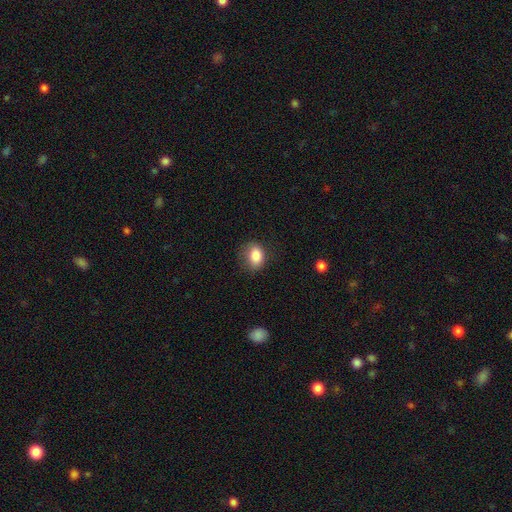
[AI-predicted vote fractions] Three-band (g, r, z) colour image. It shows a smooth galaxy with no disk features (84%) that is in between round and cigar-shaped (66%). Merging: none (73%).